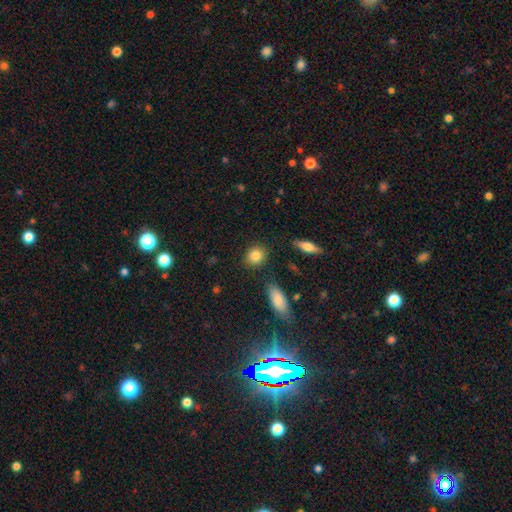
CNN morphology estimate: Smooth or featured?
  - smooth: 85% *
  - star or artifact: 8%
  - featured or disk: 7%
How rounded?
  - round: 68% *
  - in between: 29%
  - cigar-shaped: 2%
Merging?
  - none: 86% *
  - minor disturbance: 9%
  - merger: 3%
  - major disturbance: 2%